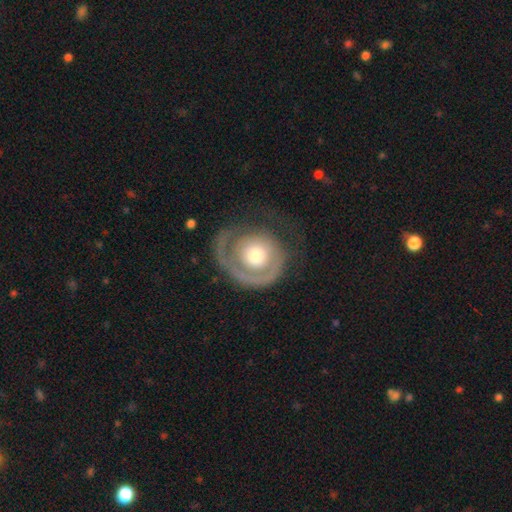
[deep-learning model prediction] Smooth or featured? featured or disk (70%)
Edge-on disk? no (97%)
Bar? no (86%)
Spiral arms? yes (73%)
Bulge size? moderate (59%)
Merging? none (52%)